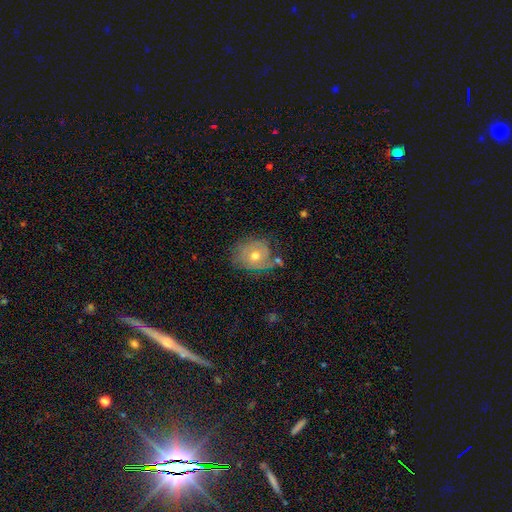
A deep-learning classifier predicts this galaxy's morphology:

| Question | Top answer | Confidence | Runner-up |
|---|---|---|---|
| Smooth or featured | featured or disk | 52% | smooth (38%) |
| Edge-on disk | no | 95% | yes (5%) |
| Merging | none | 59% | minor disturbance (25%) |